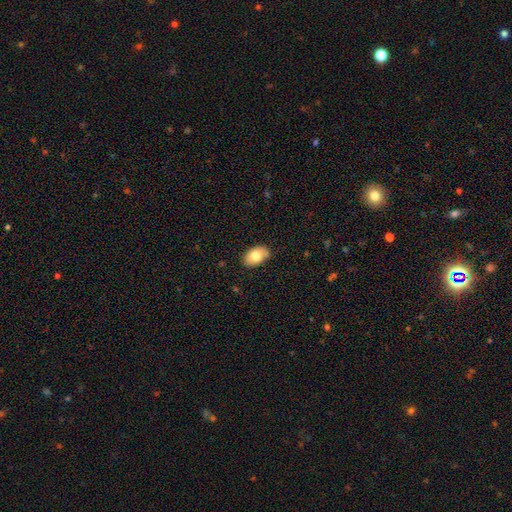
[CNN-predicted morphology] type=smooth (76%); roundness=in between (90%); merging=none (83%).